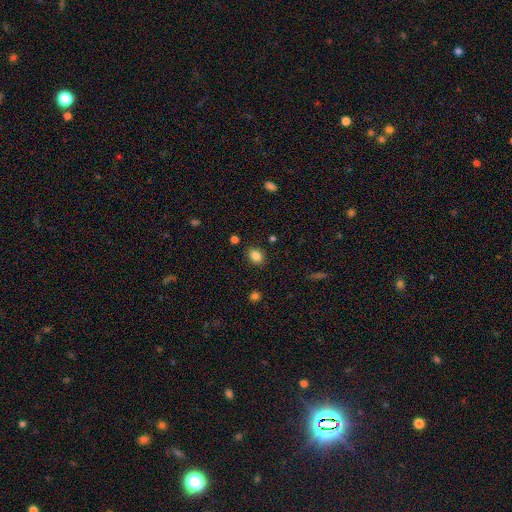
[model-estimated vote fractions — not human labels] This is clearly a smooth galaxy (84%). How rounded: possibly in between (58%). Merging: clearly none (85%).